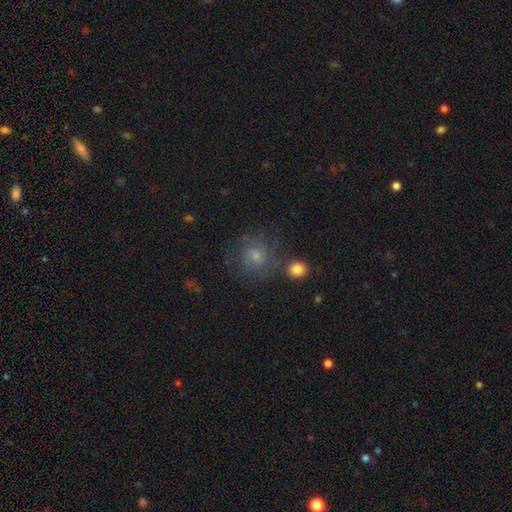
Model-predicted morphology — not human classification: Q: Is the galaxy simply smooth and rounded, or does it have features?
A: smooth — 53%.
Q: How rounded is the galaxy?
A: round — 82%.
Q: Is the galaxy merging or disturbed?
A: none — 64%.